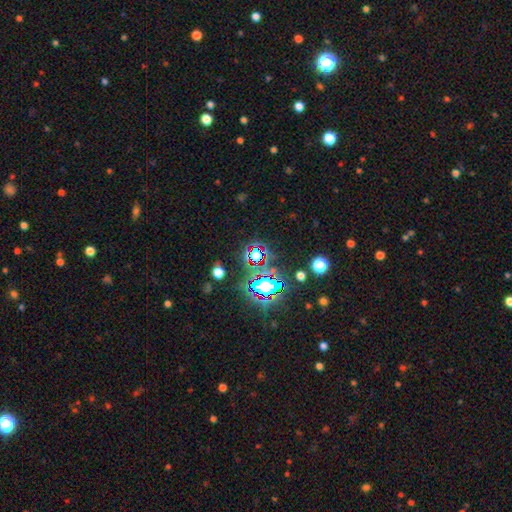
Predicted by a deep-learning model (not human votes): A star or artifact, not a galaxy (73%).